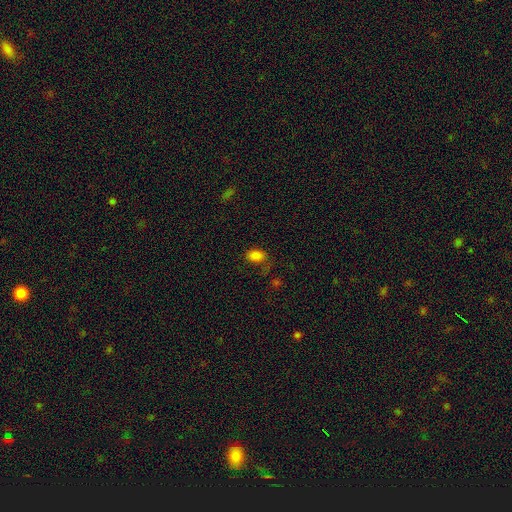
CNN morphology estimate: Smooth or featured: smooth — 81% (star or artifact — 14%)
How rounded: in between — 81% (round — 18%)
Merging: none — 62% (minor disturbance — 21%)